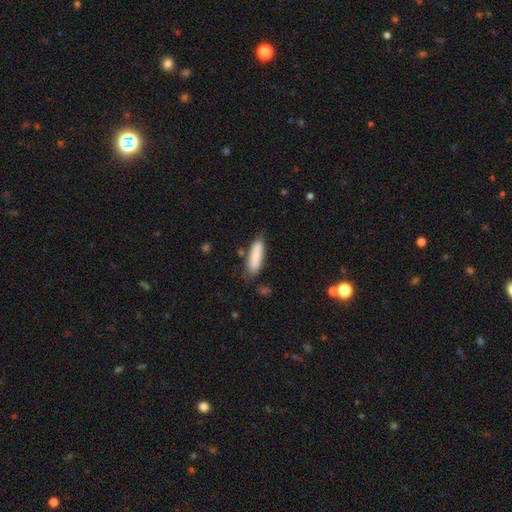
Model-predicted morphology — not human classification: Q: Smooth or featured?
A: smooth (84%); runner-up: featured or disk (10%)
Q: How rounded?
A: cigar-shaped (54%); runner-up: in between (44%)
Q: Merging?
A: none (74%); runner-up: minor disturbance (18%)